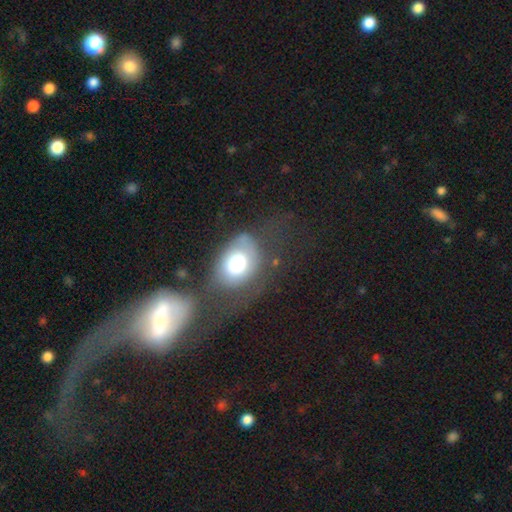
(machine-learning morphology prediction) smooth 49%, featured or disk 38%, star or artifact 13%. Down the decision tree: merging — merger (42%).